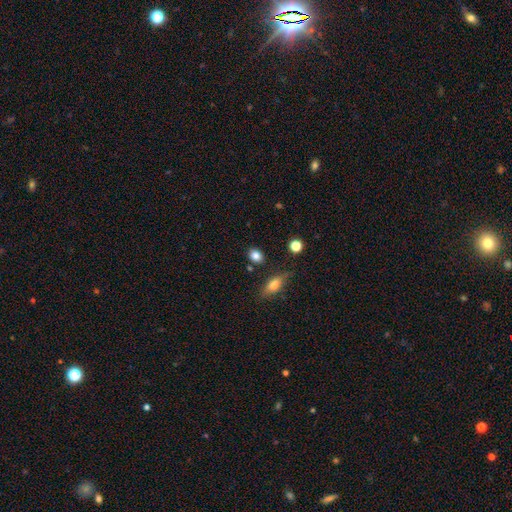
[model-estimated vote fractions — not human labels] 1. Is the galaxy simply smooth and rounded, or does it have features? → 84% smooth, 10% star or artifact, 6% featured or disk.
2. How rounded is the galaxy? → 54% in between, 44% round, 2% cigar-shaped.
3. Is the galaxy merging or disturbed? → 82% none, 10% minor disturbance, 4% merger, 3% major disturbance.